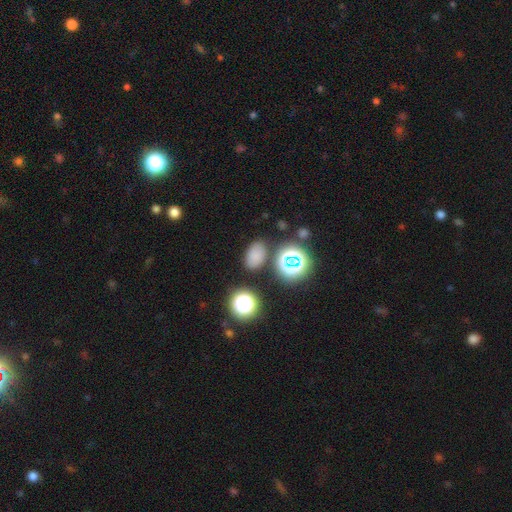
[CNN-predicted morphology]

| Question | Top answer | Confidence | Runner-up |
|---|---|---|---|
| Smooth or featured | smooth | 73% | star or artifact (20%) |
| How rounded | in between | 83% | round (15%) |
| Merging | none | 80% | minor disturbance (11%) |